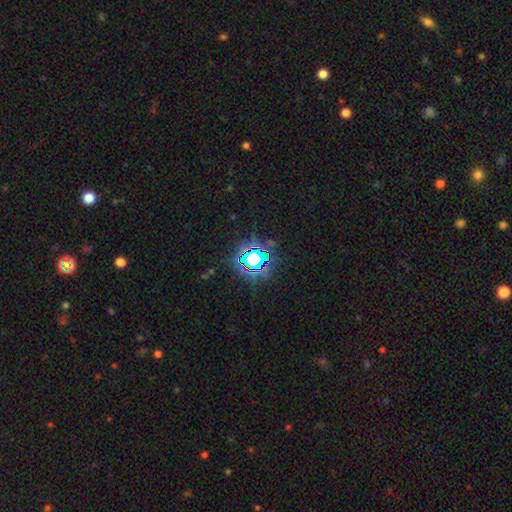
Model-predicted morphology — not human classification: type=star or artifact (72%).